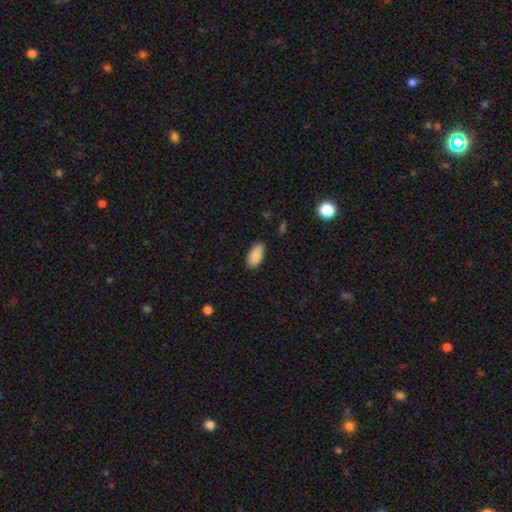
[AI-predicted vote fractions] Q: Smooth or featured?
A: smooth (88%); runner-up: star or artifact (7%)
Q: How rounded?
A: in between (93%); runner-up: cigar-shaped (5%)
Q: Merging?
A: none (81%); runner-up: minor disturbance (15%)